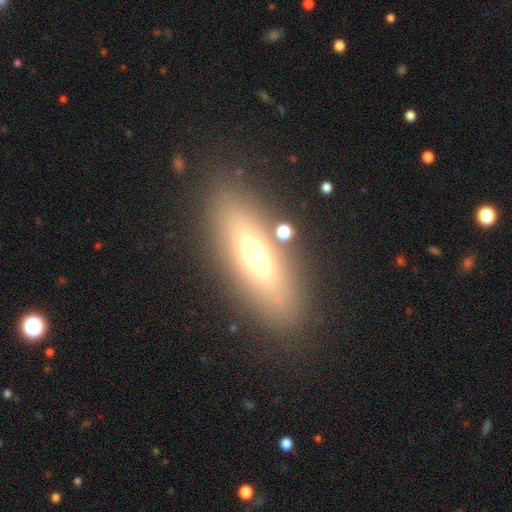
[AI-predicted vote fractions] Overall: smooth (53%; featured or disk 37%). How rounded: in between (51%; cigar-shaped 46%). Merging: none (82%).